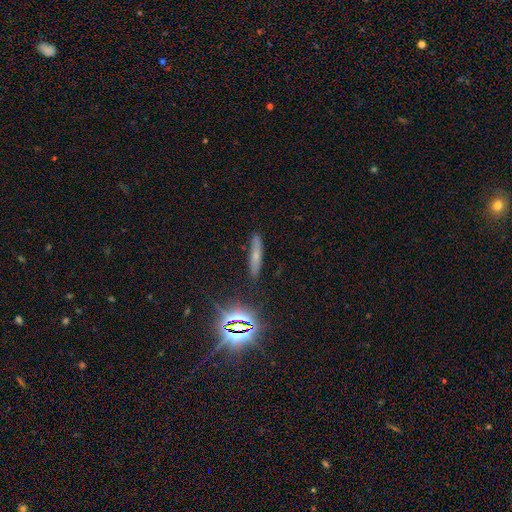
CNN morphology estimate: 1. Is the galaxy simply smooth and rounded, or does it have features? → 46% smooth, 31% featured or disk, 24% star or artifact.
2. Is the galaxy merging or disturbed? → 81% none, 13% minor disturbance, 3% major disturbance, 2% merger.